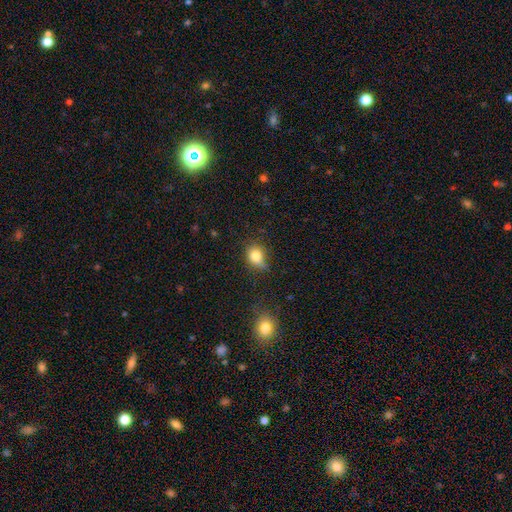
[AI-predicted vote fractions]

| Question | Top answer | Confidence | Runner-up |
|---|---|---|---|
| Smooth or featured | smooth | 79% | star or artifact (11%) |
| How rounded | round | 53% | in between (45%) |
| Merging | none | 56% | minor disturbance (32%) |